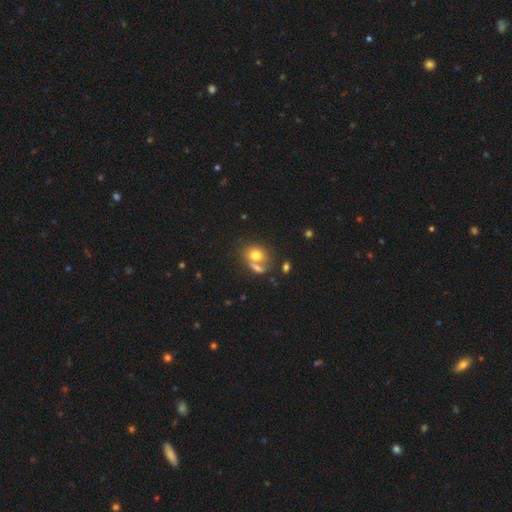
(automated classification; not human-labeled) Morphology: type=smooth (74%); roundness=round (53%); merging=none (45%).